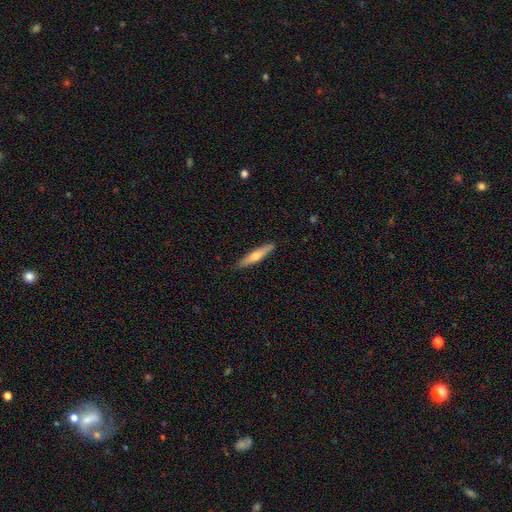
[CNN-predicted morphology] Smooth or featured? Predicted: smooth (p=0.51). How rounded? Predicted: cigar-shaped (p=0.89). Merging? Predicted: none (p=0.89).